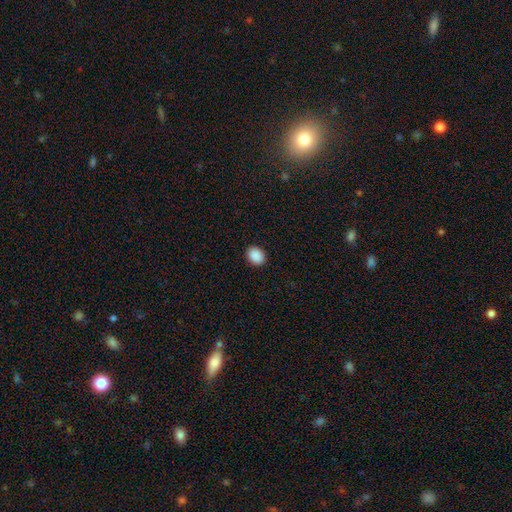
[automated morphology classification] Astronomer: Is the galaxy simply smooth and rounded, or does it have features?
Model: smooth — 90%.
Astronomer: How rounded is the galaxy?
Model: in between — 55% (runner-up: round, 44%).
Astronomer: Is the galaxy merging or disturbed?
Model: none — 91%.